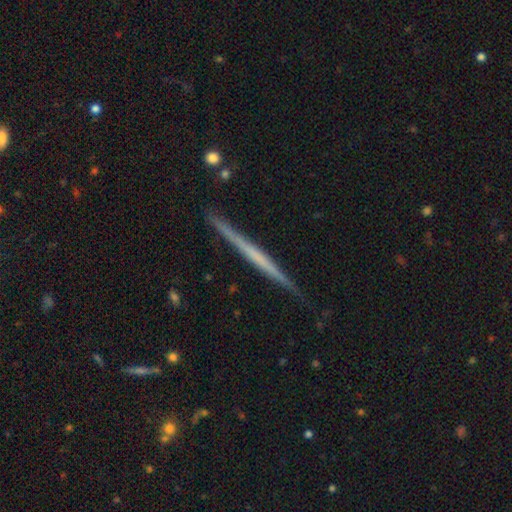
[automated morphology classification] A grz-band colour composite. It shows a featured or disk galaxy (62%) viewed edge-on (98%) with no central bulge (86%). Merging: none (89%).